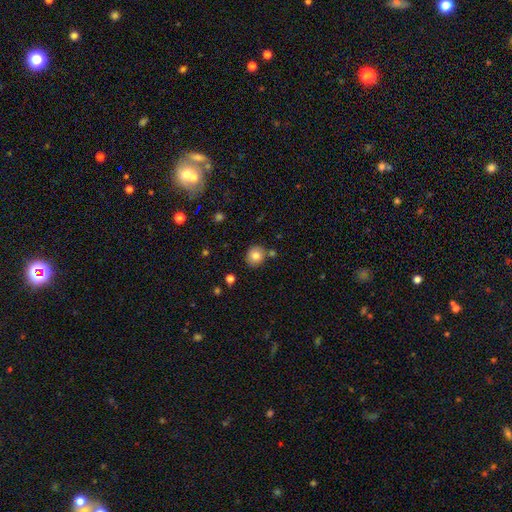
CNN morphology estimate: smooth 80%, star or artifact 10%, featured or disk 10%. Down the decision tree: how rounded — round (86%); merging — none (79%).